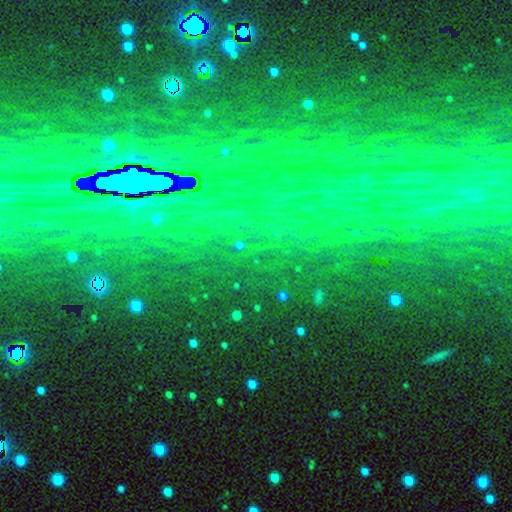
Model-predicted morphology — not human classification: Smooth or featured? Predicted: star or artifact (p=0.84).